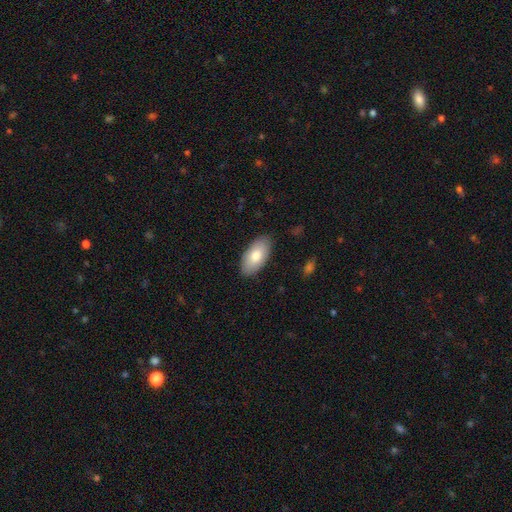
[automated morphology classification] type=smooth (78%); roundness=in between (95%); merging=none (87%).